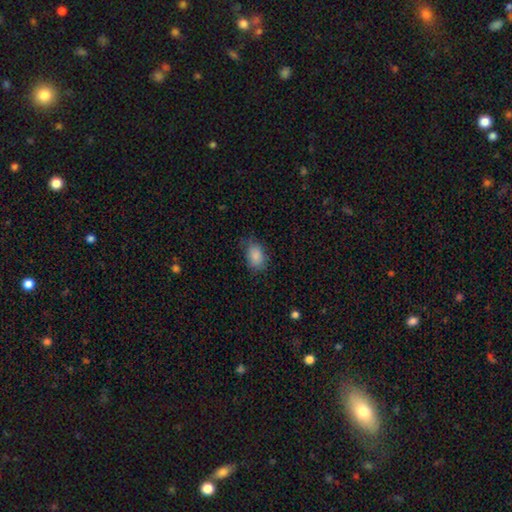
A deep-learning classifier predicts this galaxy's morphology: type=smooth (87%); roundness=in between (79%); merging=none (73%).